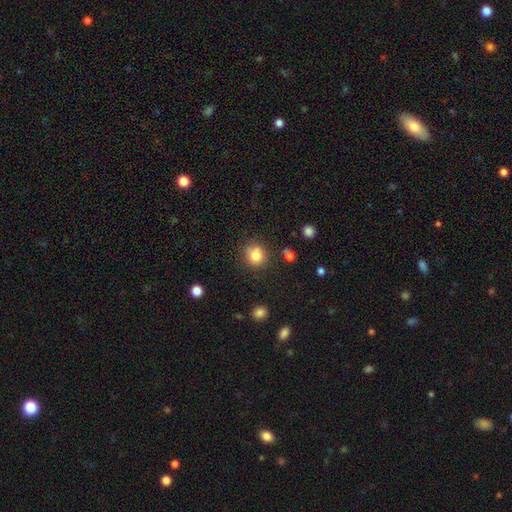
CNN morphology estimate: This appears to be a smooth galaxy with no disk features (79%) that is round (86%). Merging: none (70%).